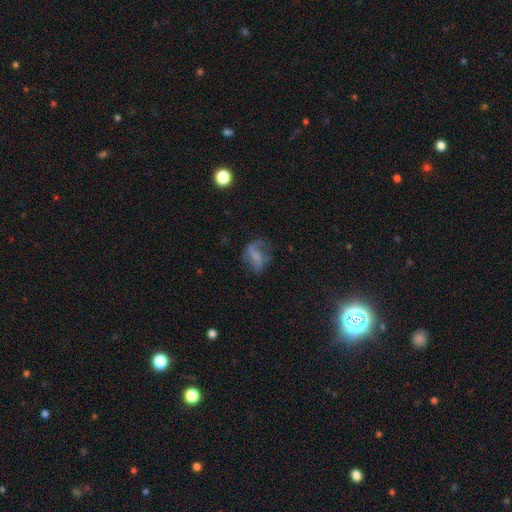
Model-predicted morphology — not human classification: A featured or disk galaxy (45%). Merging: none (47%).